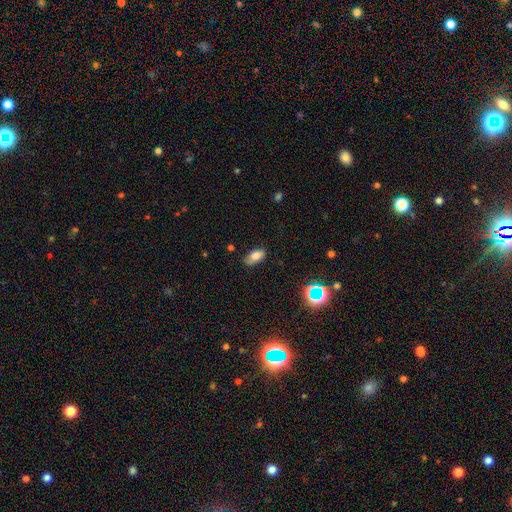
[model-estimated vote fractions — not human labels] This is likely a smooth galaxy (79%). How rounded: clearly in between (92%). Merging: likely none (78%).